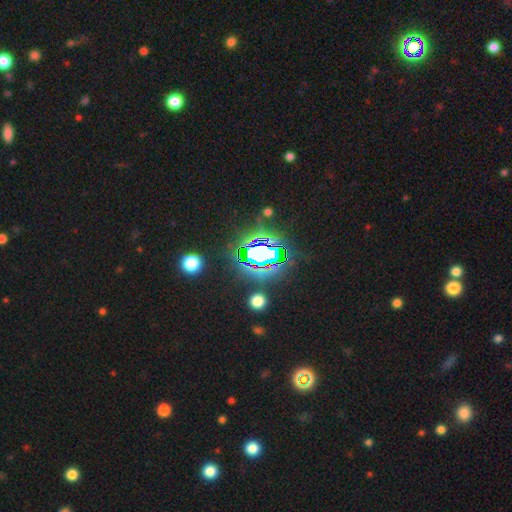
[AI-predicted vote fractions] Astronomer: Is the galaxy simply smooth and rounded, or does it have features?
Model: star or artifact — 82%.